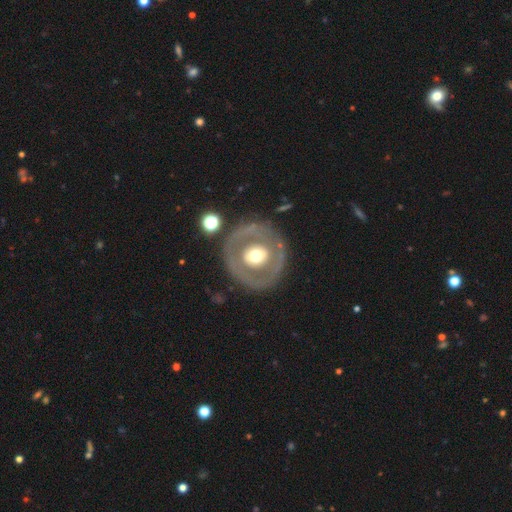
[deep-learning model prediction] This is possibly a featured or disk galaxy (57%). It is clearly not viewed edge-on (95%). Bar: likely no (77%). Spiral arm pattern: clearly no (86%). Central bulge: likely moderate (63%). Merging: clearly none (80%).